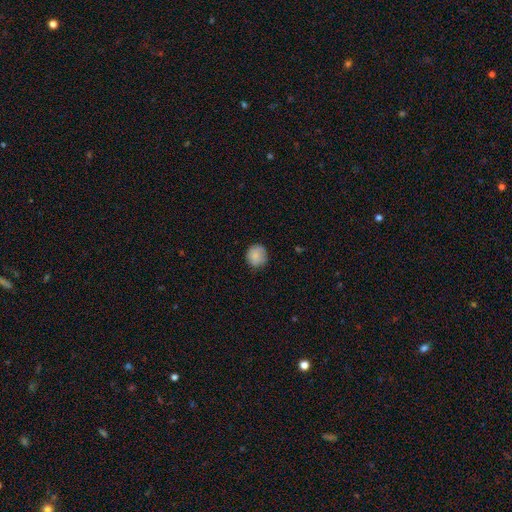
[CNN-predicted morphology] smooth_or_featured: smooth (p=0.84) [alt: featured or disk p=0.08]
how_rounded: round (p=0.90) [alt: in between p=0.09]
merging: none (p=0.81) [alt: minor disturbance p=0.15]